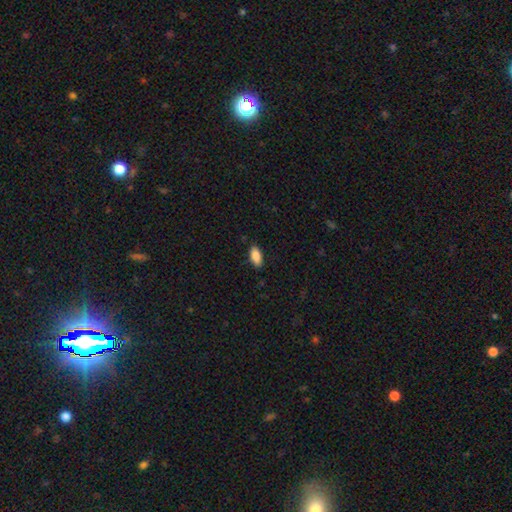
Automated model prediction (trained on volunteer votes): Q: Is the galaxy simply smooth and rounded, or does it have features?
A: smooth — 87%.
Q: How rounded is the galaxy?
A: in between — 90%.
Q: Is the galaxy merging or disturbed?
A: none — 85%.